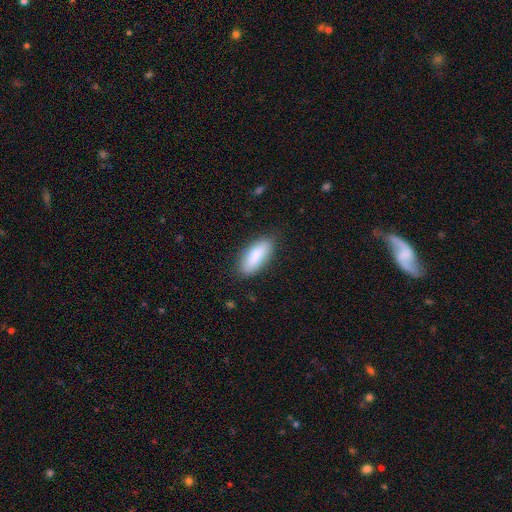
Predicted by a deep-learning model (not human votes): This appears to be a smooth galaxy with no disk features (85%) that is in between round and cigar-shaped (76%). Merging: none (81%).